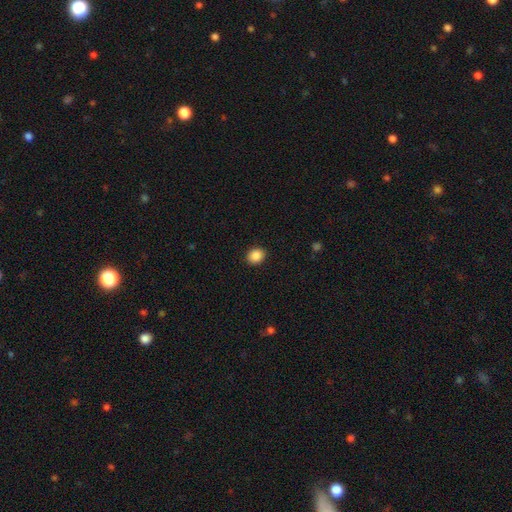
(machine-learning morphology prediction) This is clearly a smooth galaxy (88%). How rounded: likely round (61%). Merging: clearly none (91%).